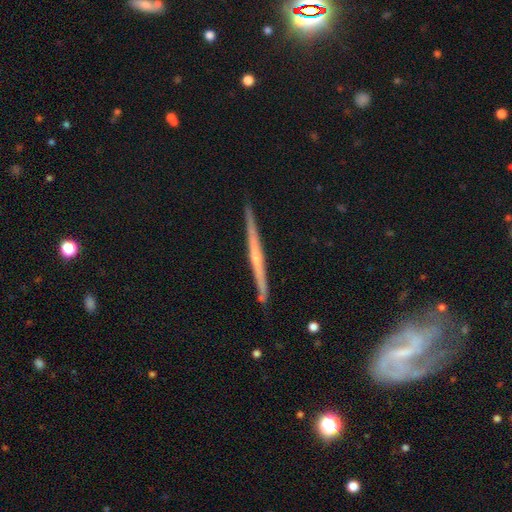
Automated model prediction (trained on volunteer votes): Morphology: type=featured or disk (71%); edge-on=yes (98%); edge-on bulge=none (48%); merging=none (89%).